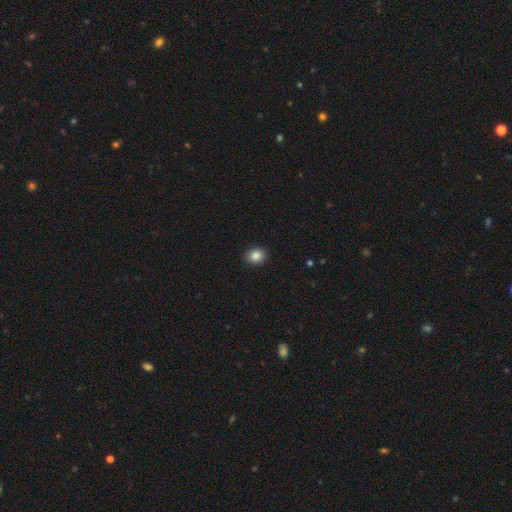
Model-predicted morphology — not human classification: A smooth galaxy with no disk features (86%) that is round (67%). Merging: none (92%).